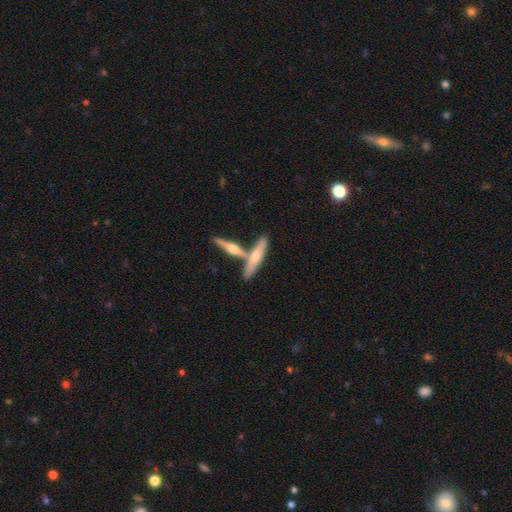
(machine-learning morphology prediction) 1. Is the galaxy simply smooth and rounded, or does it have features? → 51% featured or disk, 43% smooth, 6% star or artifact.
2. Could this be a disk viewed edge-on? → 92% yes, 8% no.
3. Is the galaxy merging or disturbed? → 53% none, 34% merger, 9% minor disturbance, 3% major disturbance.